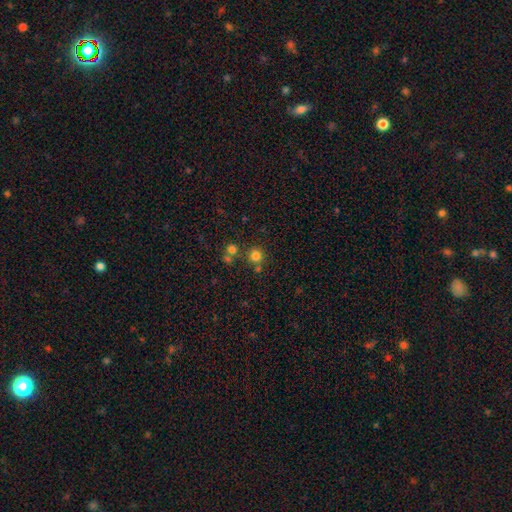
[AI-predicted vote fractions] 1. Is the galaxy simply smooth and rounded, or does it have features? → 77% smooth, 16% star or artifact, 6% featured or disk.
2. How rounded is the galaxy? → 93% round, 6% in between, 1% cigar-shaped.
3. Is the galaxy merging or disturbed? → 74% none, 16% merger, 7% minor disturbance, 3% major disturbance.